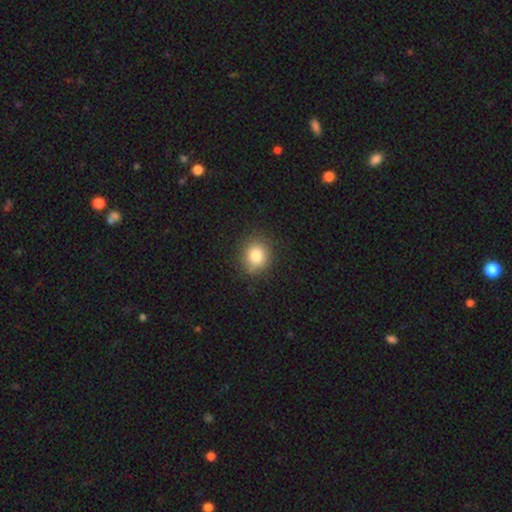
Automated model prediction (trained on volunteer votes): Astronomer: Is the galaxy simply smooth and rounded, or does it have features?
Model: smooth — 83%.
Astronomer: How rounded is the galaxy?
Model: round — 81%.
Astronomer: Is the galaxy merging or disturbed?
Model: none — 85%.